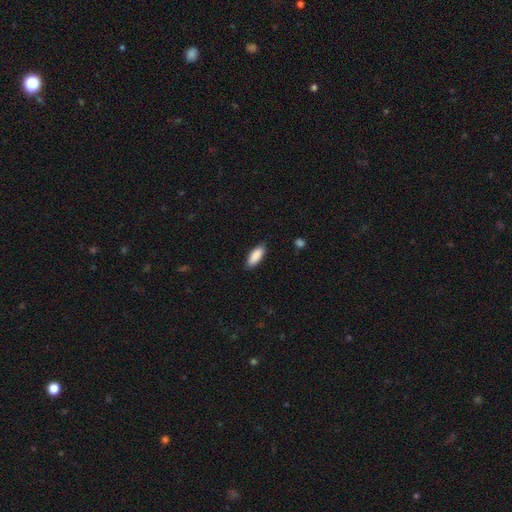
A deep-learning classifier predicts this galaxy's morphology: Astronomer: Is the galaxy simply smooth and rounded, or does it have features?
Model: smooth — 89%.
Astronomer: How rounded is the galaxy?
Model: in between — 74%.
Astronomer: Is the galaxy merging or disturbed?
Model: none — 86%.